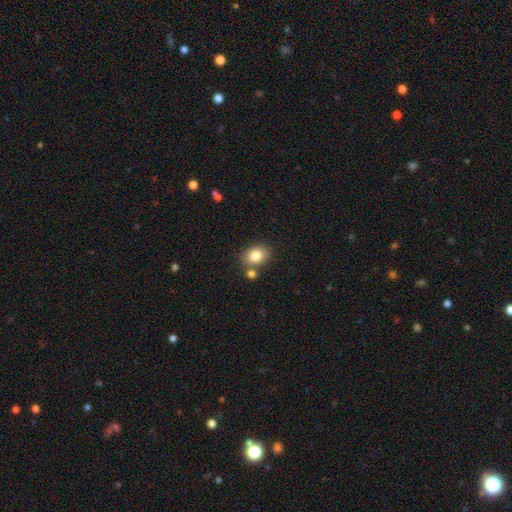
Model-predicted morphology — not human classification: Overall: smooth (82%). How rounded: in between (69%; round 30%). Merging: none (70%).